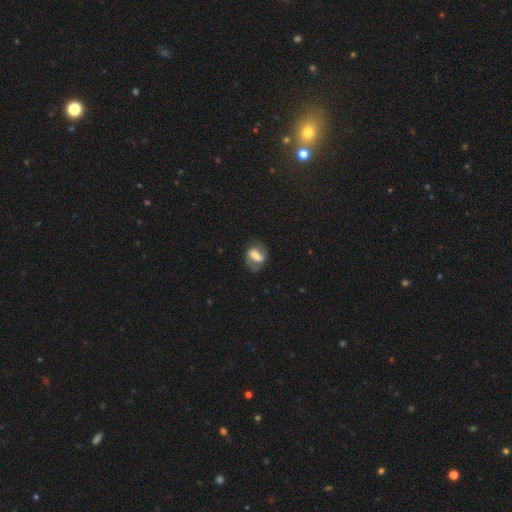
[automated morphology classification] A featured or disk galaxy (55%) with a strong bar (51%), spiral arms (71%) and a moderate central bulge (41%). Merging: none (70%).